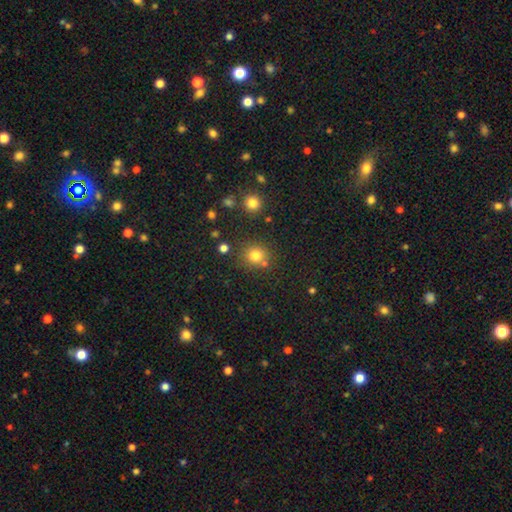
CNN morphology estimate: This is likely a smooth galaxy (79%). How rounded: clearly round (87%). Merging: likely none (75%).